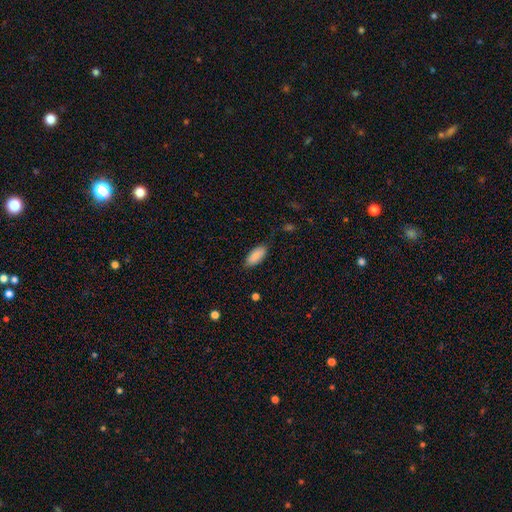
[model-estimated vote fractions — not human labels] A smooth galaxy with no disk features (88%) that is in between round and cigar-shaped (88%).

Vote fractions:
- Smooth or featured? smooth: 88% / star or artifact: 6% / featured or disk: 6%
- How rounded? in between: 88% / cigar-shaped: 10% / round: 2%
- Merging? none: 81% / minor disturbance: 15% / major disturbance: 3% / merger: 1%